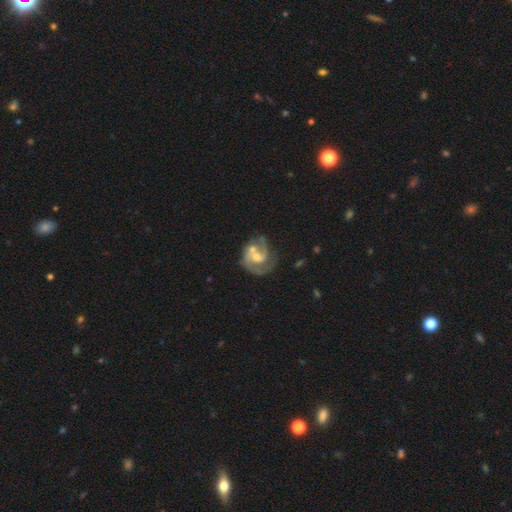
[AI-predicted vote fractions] Morphology: type=featured or disk (80%); edge-on=no (98%); bar=no (54%); spiral arms=yes (90%); winding=medium (47%); arm count=2 (54%); bulge=moderate (50%); merging=none (38%).